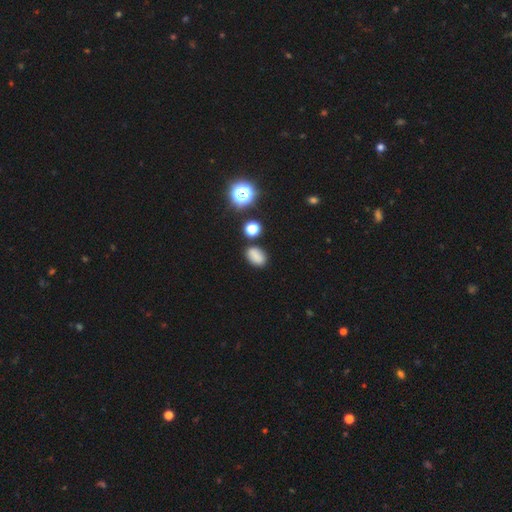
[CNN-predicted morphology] This appears to be a smooth galaxy with no disk features (80%) that is in between round and cigar-shaped (82%). Merging: none (79%).